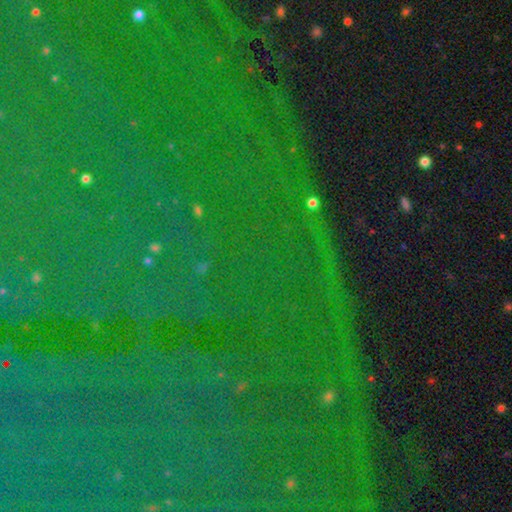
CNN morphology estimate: type=star or artifact (86%).